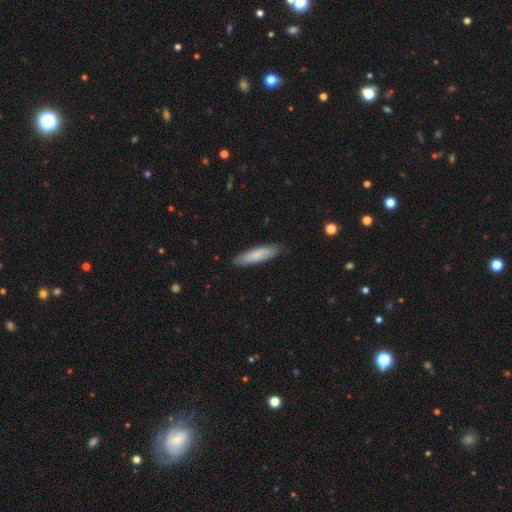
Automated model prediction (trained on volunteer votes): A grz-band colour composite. It shows a smooth galaxy with no disk features (77%) that is cigar-shaped (70%). Merging: none (84%).